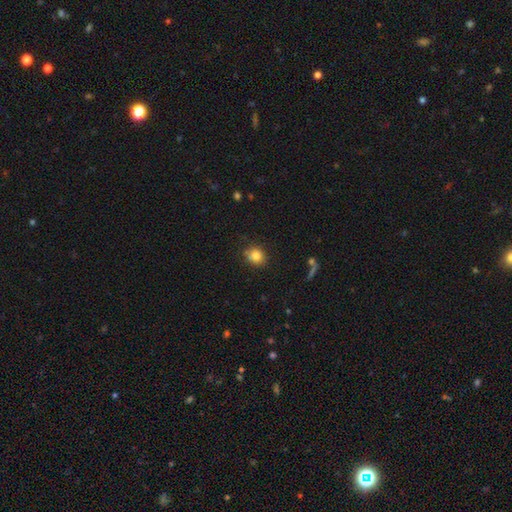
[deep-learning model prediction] The model was most divided on "how rounded": round: 77%, in between: 22%, cigar-shaped: 1%. More confident: smooth or featured — smooth (83%); merging — none (79%).